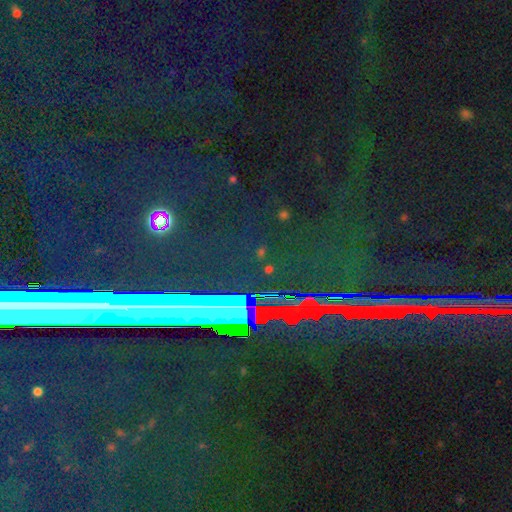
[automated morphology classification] smooth_or_featured: star or artifact (p=0.81) [alt: smooth p=0.10]